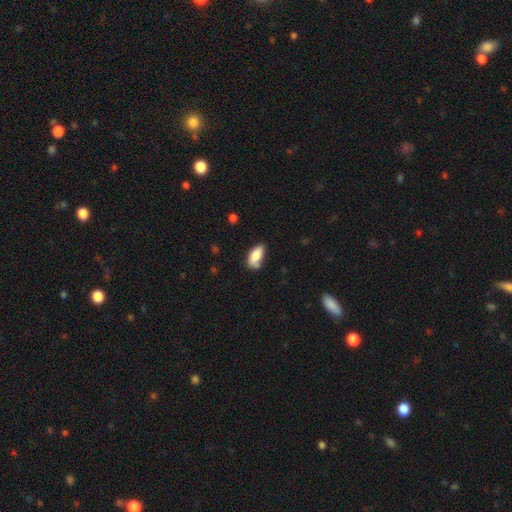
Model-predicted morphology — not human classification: smooth-or-featured: smooth: 83% | featured or disk: 9% | star or artifact: 7%
  how-rounded: in between: 90% | cigar-shaped: 7% | round: 3%
  merging: none: 54% | minor disturbance: 30% | major disturbance: 8% | merger: 7%